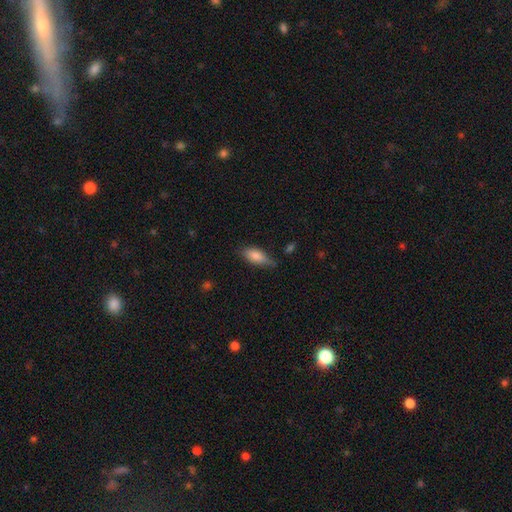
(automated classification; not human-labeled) A smooth galaxy with no disk features (80%) that is in between round and cigar-shaped (79%).

Vote fractions:
- Smooth or featured? smooth: 80% / featured or disk: 13% / star or artifact: 7%
- How rounded? in between: 79% / cigar-shaped: 18% / round: 3%
- Merging? none: 62% / minor disturbance: 29% / major disturbance: 6% / merger: 3%